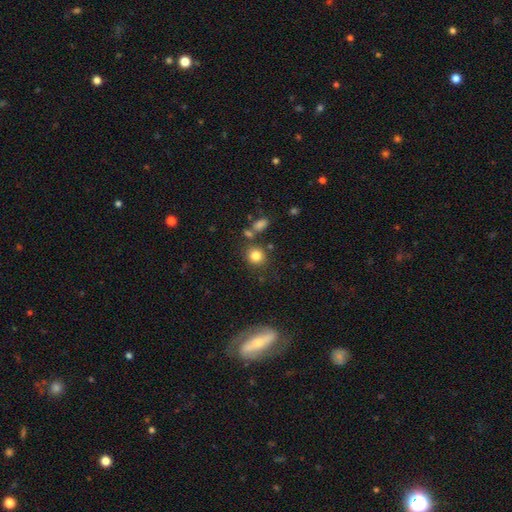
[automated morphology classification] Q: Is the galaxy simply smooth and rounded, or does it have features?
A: smooth — 82%.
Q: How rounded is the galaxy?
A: round — 84%.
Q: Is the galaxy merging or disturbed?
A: none — 75%.